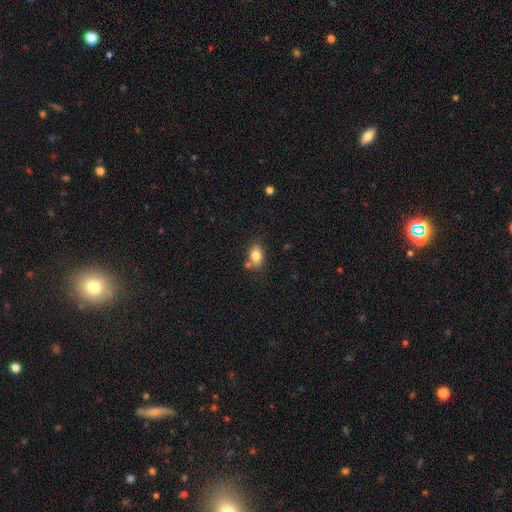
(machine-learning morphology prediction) Smooth or featured?
  - smooth: 82% *
  - featured or disk: 9%
  - star or artifact: 9%
How rounded?
  - in between: 84% *
  - round: 14%
  - cigar-shaped: 2%
Merging?
  - none: 68% *
  - minor disturbance: 15%
  - merger: 14%
  - major disturbance: 4%